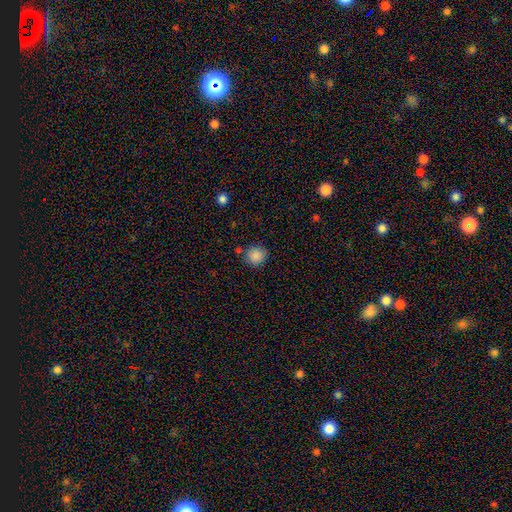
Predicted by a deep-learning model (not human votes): smooth 87%, star or artifact 10%, featured or disk 4%. Down the decision tree: how rounded — round (89%); merging — none (81%).